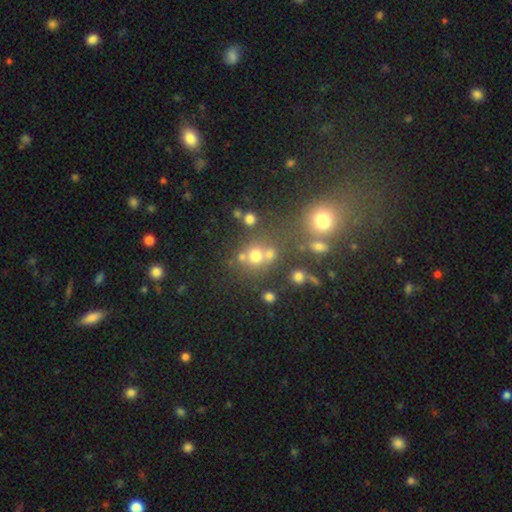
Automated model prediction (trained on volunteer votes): Smooth or featured? smooth (66%)
How rounded? round (84%)
Merging? none (57%)